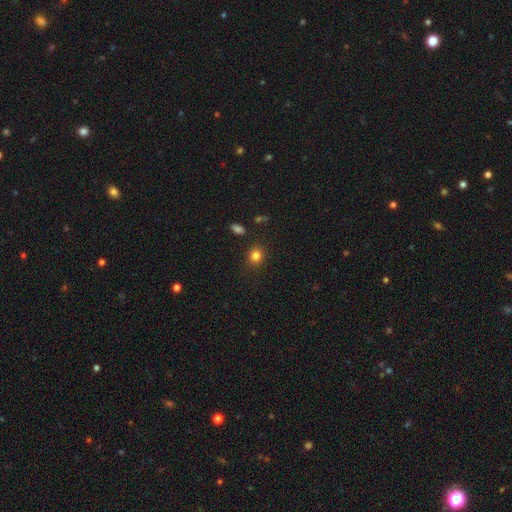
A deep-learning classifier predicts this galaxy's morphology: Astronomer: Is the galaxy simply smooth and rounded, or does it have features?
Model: smooth — 83%.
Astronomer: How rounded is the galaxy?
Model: round — 71%.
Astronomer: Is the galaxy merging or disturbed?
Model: none — 88%.